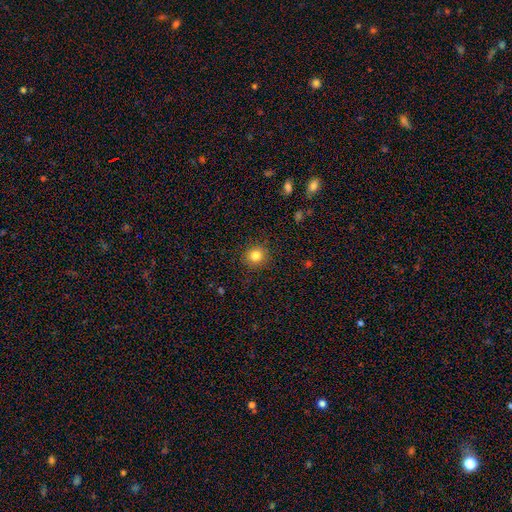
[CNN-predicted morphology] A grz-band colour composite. It shows a smooth galaxy with no disk features (82%) that is round (90%). Merging: none (90%).